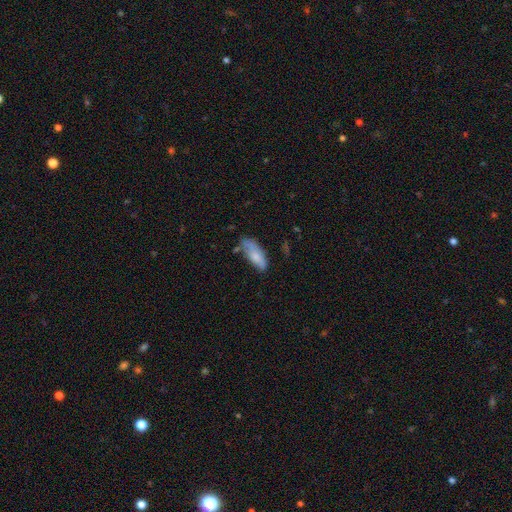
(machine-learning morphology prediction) This appears to be a smooth galaxy with no disk features (72%) that is in between round and cigar-shaped (73%). Merging: none (45%).